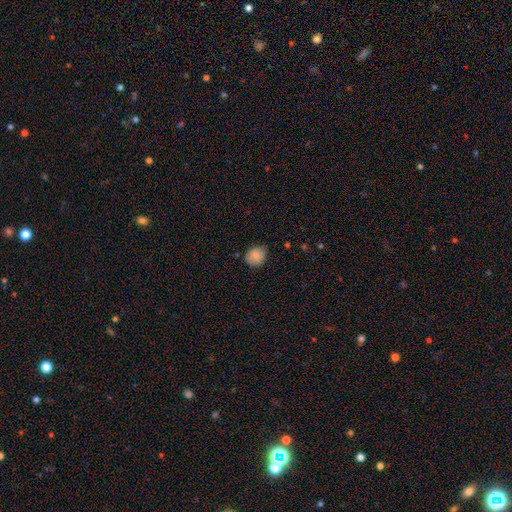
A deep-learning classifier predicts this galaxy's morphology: Smooth or featured?
  - smooth: 86% *
  - star or artifact: 9%
  - featured or disk: 5%
How rounded?
  - round: 77% *
  - in between: 22%
  - cigar-shaped: 1%
Merging?
  - none: 75% *
  - minor disturbance: 21%
  - major disturbance: 3%
  - merger: 1%